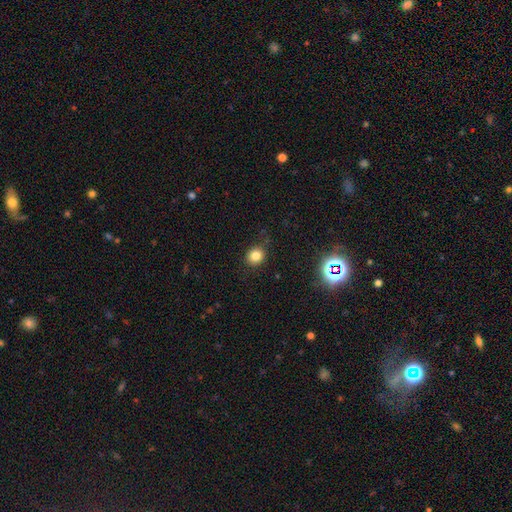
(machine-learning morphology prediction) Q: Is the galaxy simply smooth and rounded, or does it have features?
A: smooth — 82%.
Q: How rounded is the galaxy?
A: round — 74%.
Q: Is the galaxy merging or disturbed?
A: none — 85%.